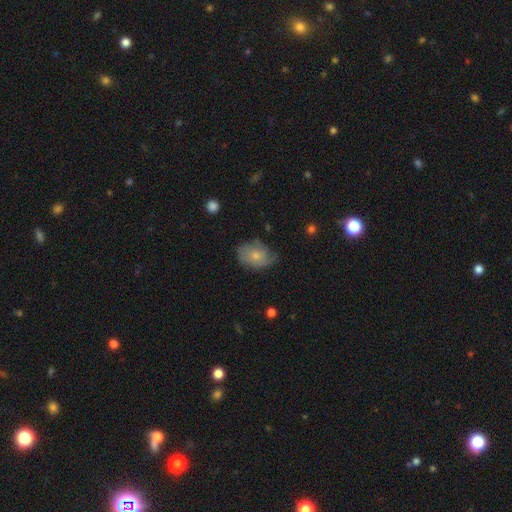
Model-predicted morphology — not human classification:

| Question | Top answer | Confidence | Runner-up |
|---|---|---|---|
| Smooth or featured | smooth | 64% | featured or disk (28%) |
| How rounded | in between | 66% | round (33%) |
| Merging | none | 52% | minor disturbance (36%) |